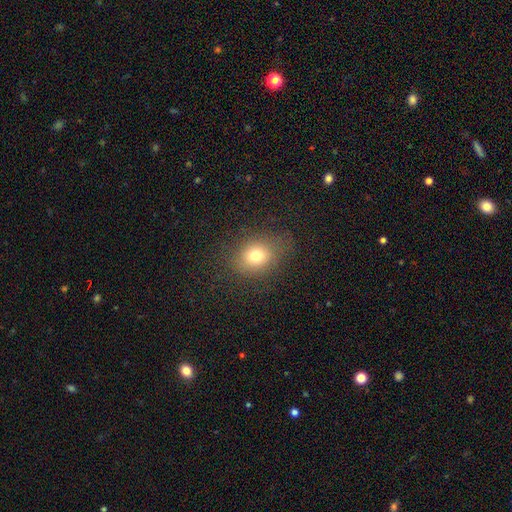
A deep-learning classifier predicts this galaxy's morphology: This appears to be a smooth galaxy with no disk features (75%) that is round (54%). Merging: none (78%).